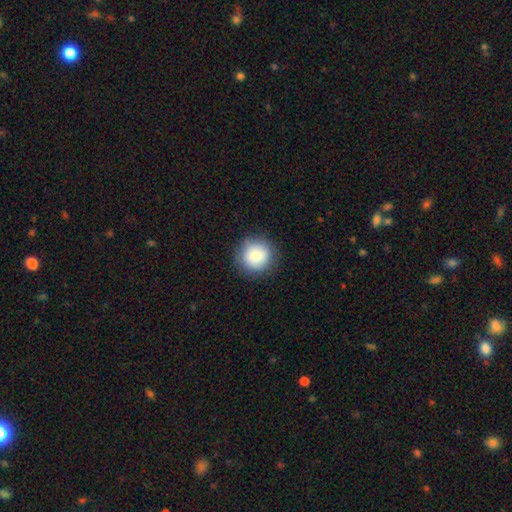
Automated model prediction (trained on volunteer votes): A smooth galaxy with no disk features (83%) that is round (94%).

Vote fractions:
- Smooth or featured? smooth: 83% / star or artifact: 9% / featured or disk: 8%
- How rounded? round: 94% / in between: 5% / cigar-shaped: 1%
- Merging? none: 88% / minor disturbance: 8% / major disturbance: 2% / merger: 1%